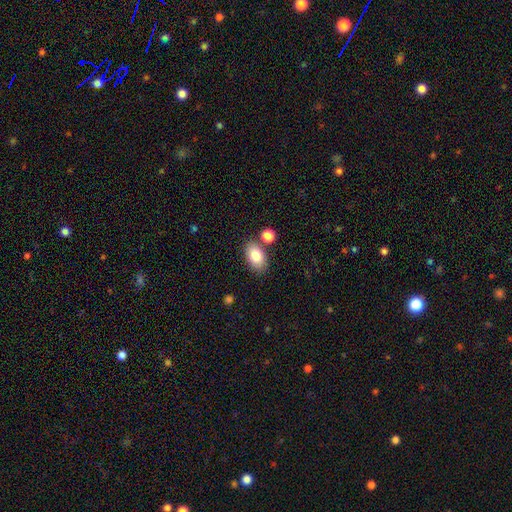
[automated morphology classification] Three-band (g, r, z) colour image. It shows a smooth galaxy with no disk features (82%) that is in between round and cigar-shaped (90%). Merging: none (76%).